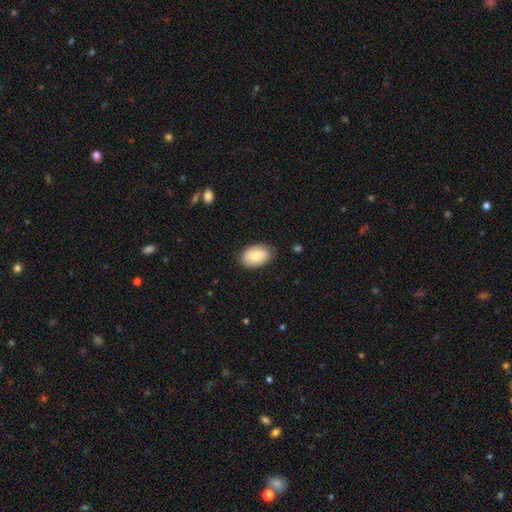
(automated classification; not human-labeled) Q: Smooth or featured?
A: smooth (78%); runner-up: featured or disk (16%)
Q: How rounded?
A: in between (90%); runner-up: round (9%)
Q: Merging?
A: none (82%); runner-up: minor disturbance (14%)